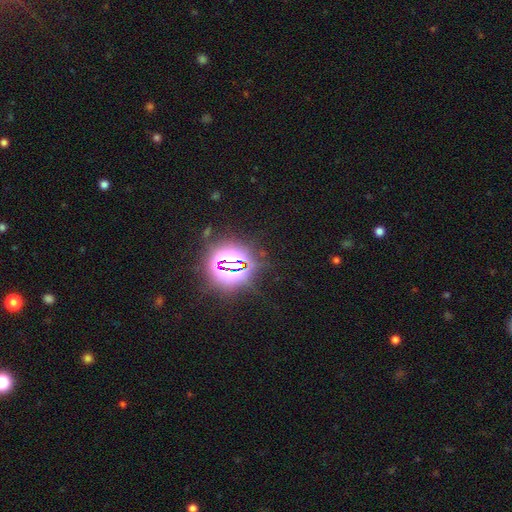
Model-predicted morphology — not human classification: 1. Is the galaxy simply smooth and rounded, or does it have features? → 84% star or artifact, 10% smooth, 6% featured or disk.